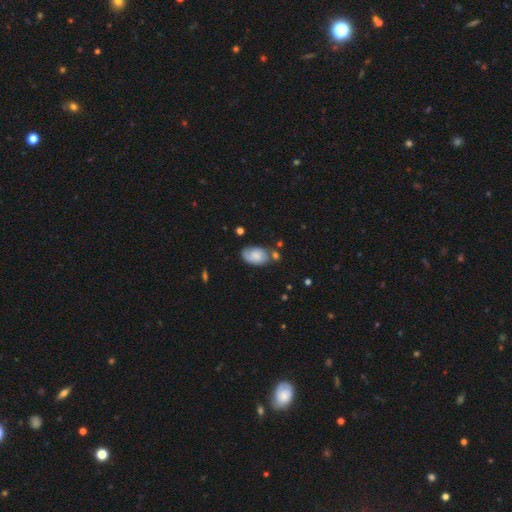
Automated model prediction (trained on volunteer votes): This is possibly a smooth galaxy (58%). How rounded: clearly in between (90%). Merging: possibly none (58%).